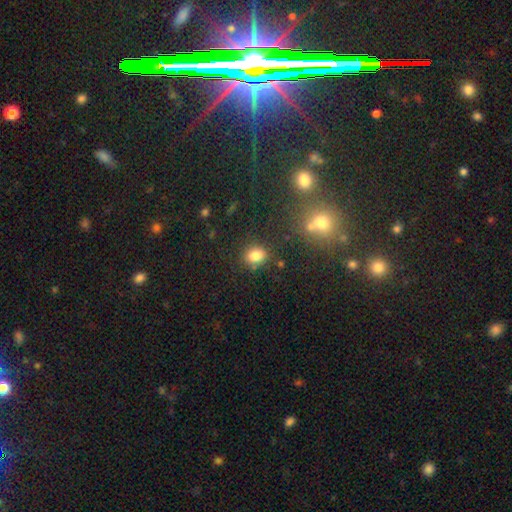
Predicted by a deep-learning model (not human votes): smooth-or-featured: smooth: 82% | star or artifact: 12% | featured or disk: 6%
  how-rounded: in between: 63% | round: 36% | cigar-shaped: 1%
  merging: none: 79% | minor disturbance: 13% | merger: 5% | major disturbance: 4%